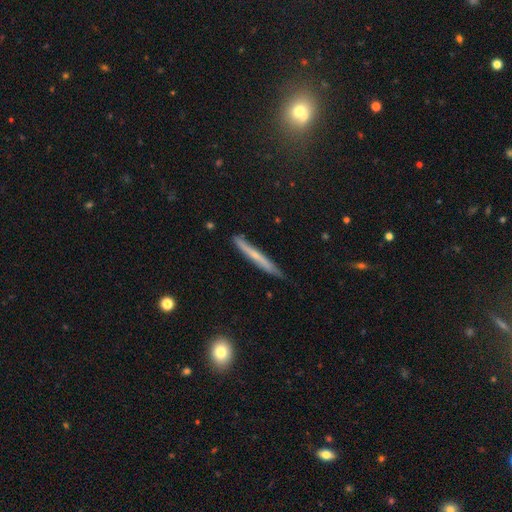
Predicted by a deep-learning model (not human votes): smooth-or-featured: featured or disk: 53% | smooth: 41% | star or artifact: 7%
  disk-edge-on: yes: 92% | no: 8%
  merging: none: 80% | minor disturbance: 16% | major disturbance: 2% | merger: 2%